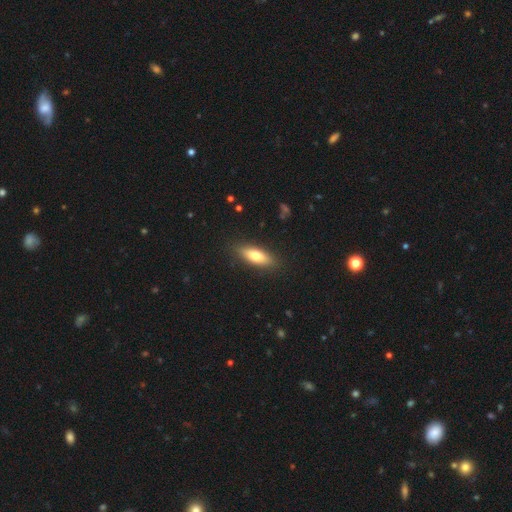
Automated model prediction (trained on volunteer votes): Smooth or featured?
  - smooth: 73% *
  - featured or disk: 21%
  - star or artifact: 6%
How rounded?
  - in between: 62% *
  - cigar-shaped: 35%
  - round: 2%
Merging?
  - none: 87% *
  - minor disturbance: 9%
  - major disturbance: 2%
  - merger: 1%